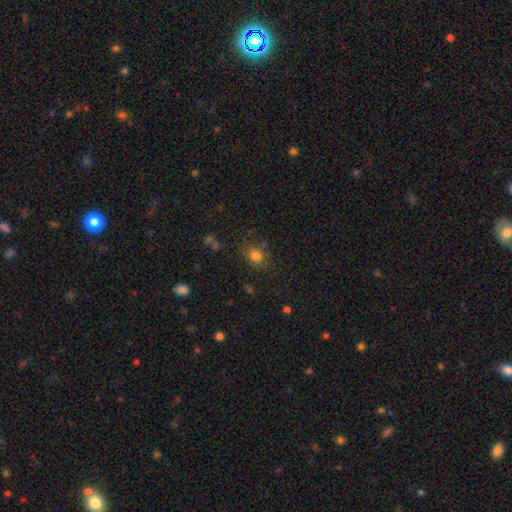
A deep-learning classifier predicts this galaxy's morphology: A smooth galaxy with no disk features (78%) that is round (60%).

Vote fractions:
- Smooth or featured? smooth: 78% / star or artifact: 14% / featured or disk: 7%
- How rounded? round: 60% / in between: 38% / cigar-shaped: 1%
- Merging? none: 77% / minor disturbance: 15% / major disturbance: 5% / merger: 4%